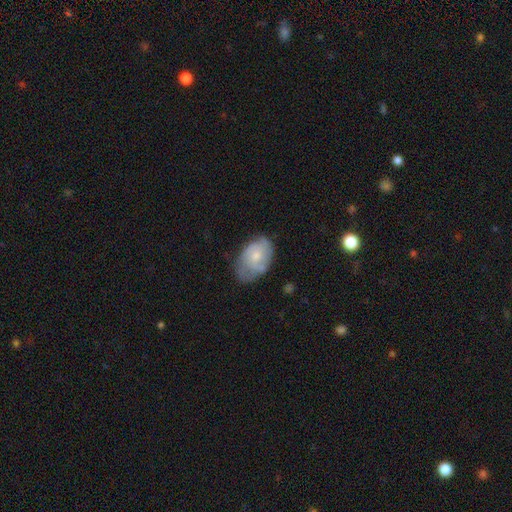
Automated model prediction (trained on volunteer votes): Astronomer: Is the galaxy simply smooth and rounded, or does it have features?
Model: featured or disk — 49% (runner-up: smooth, 45%).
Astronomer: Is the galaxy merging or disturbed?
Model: none — 51% (runner-up: minor disturbance, 34%).